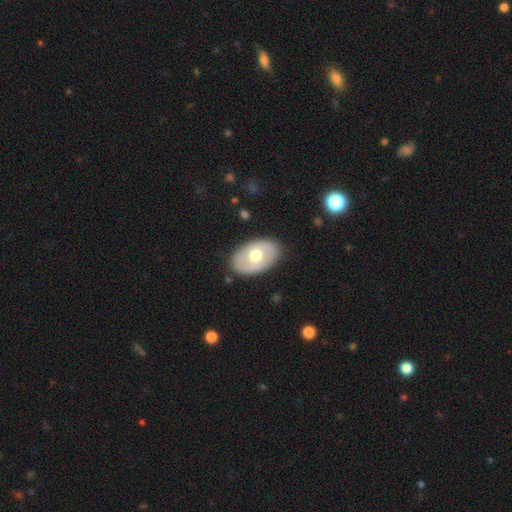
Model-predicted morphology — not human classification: Smooth or featured: smooth — 52% (featured or disk — 43%)
How rounded: in between — 88% (round — 11%)
Merging: none — 83% (minor disturbance — 12%)